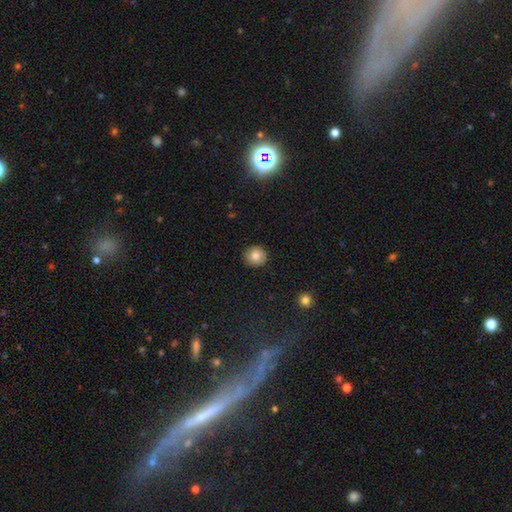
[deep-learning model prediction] Q: Smooth or featured?
A: smooth (81%); runner-up: featured or disk (10%)
Q: How rounded?
A: round (89%); runner-up: in between (10%)
Q: Merging?
A: none (88%); runner-up: minor disturbance (9%)